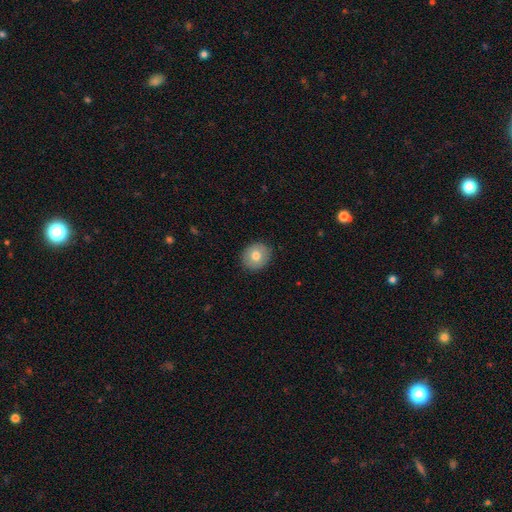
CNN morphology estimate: The model was most divided on "how rounded": round: 77%, in between: 22%, cigar-shaped: 1%. More confident: merging — none (89%); smooth or featured — smooth (77%).